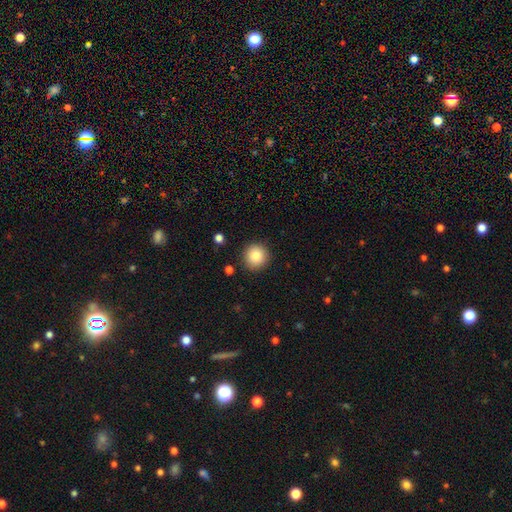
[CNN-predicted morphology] Q: Smooth or featured?
A: smooth (86%); runner-up: star or artifact (9%)
Q: How rounded?
A: round (94%); runner-up: in between (5%)
Q: Merging?
A: none (89%); runner-up: minor disturbance (7%)